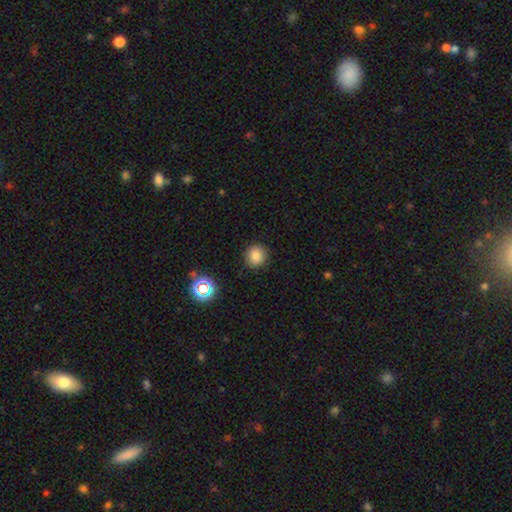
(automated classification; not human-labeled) A smooth galaxy with no disk features (81%) that is round (89%). Merging: none (89%).